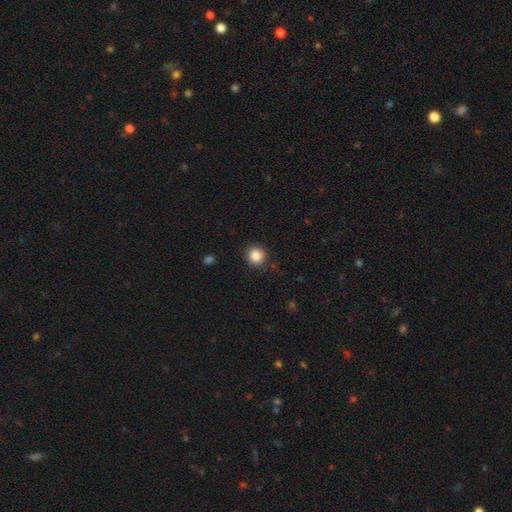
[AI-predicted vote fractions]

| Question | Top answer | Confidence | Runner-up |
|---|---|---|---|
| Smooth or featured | smooth | 86% | star or artifact (10%) |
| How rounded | round | 91% | in between (8%) |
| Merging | none | 90% | minor disturbance (7%) |